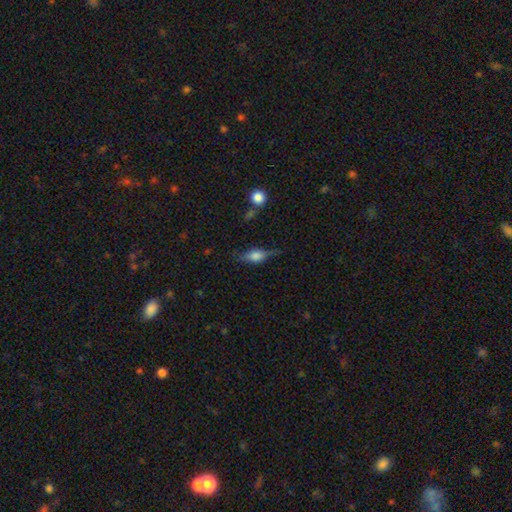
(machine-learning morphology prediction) smooth-or-featured: smooth: 51% | featured or disk: 40% | star or artifact: 9%
  how-rounded: in between: 73% | cigar-shaped: 19% | round: 8%
  merging: none: 61% | minor disturbance: 25% | major disturbance: 10% | merger: 3%